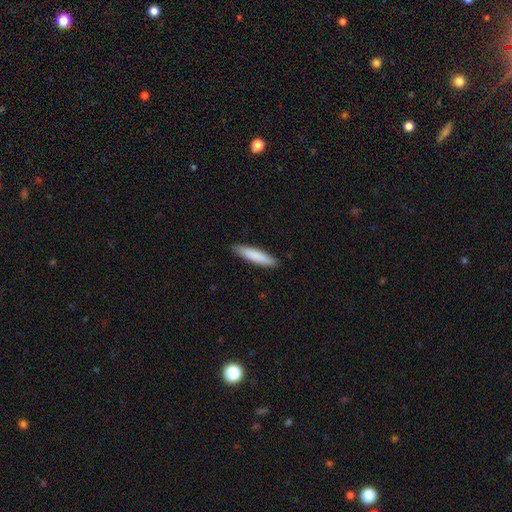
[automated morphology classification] A smooth galaxy with no disk features (84%) that is cigar-shaped (86%). Merging: none (89%).